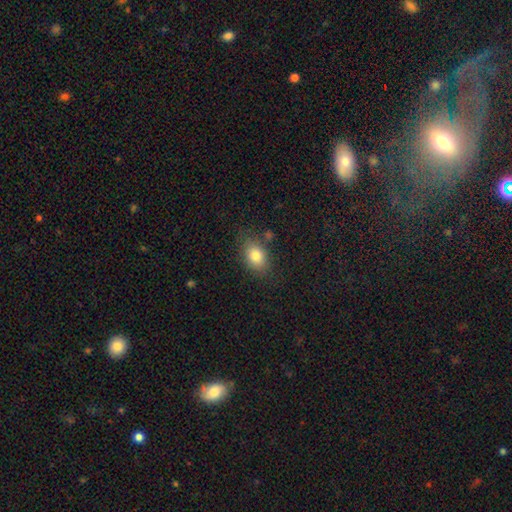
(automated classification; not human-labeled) Morphology: type=smooth (81%); roundness=in between (73%); merging=none (75%).